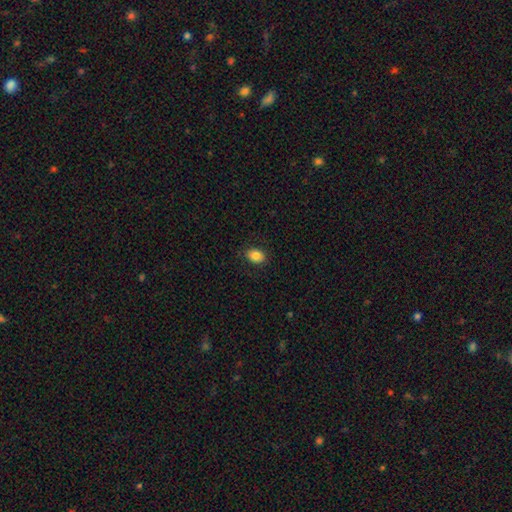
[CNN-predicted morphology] A smooth galaxy with no disk features (84%) that is in between round and cigar-shaped (67%). Merging: none (87%).